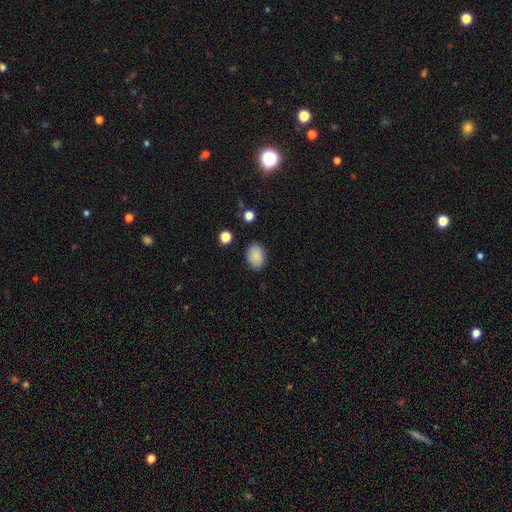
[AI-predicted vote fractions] The model was most divided on "how rounded": in between: 75%, round: 24%, cigar-shaped: 1%. More confident: smooth or featured — smooth (88%); merging — none (84%).